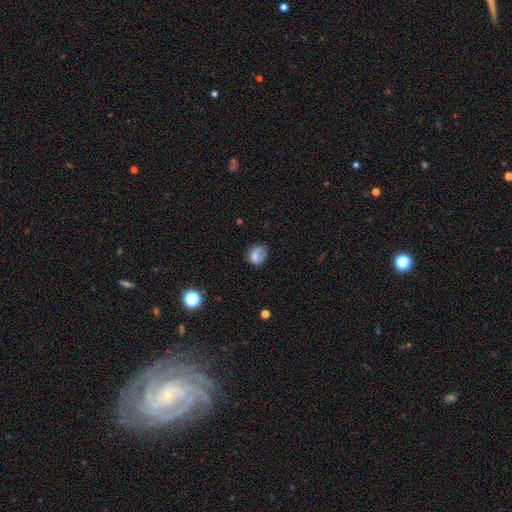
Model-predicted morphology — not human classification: The model was most divided on "how rounded": round: 55%, in between: 44%, cigar-shaped: 1%. More confident: smooth or featured — smooth (71%); merging — none (51%).